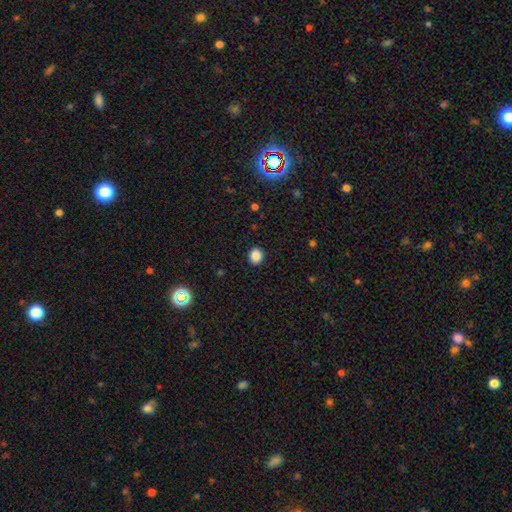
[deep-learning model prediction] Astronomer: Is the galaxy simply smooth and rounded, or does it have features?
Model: smooth — 87%.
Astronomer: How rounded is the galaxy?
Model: round — 64%.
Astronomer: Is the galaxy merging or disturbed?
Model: none — 91%.